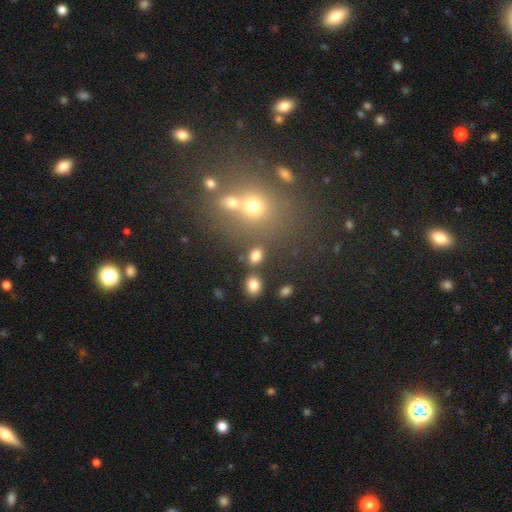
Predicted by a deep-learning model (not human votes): Morphology: type=smooth (77%); roundness=in between (61%); merging=none (72%).